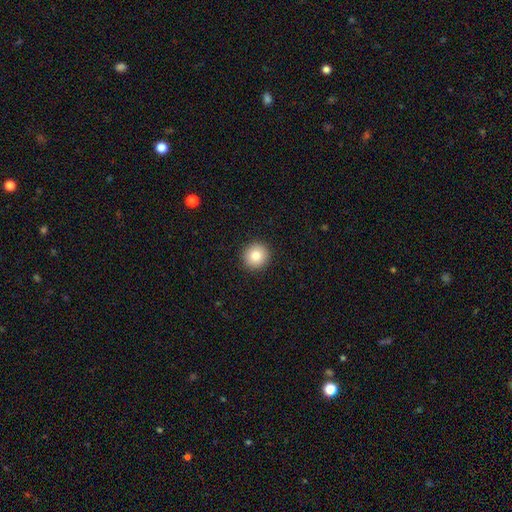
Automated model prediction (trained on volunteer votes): A smooth galaxy with no disk features (83%) that is round (94%). Merging: none (93%).